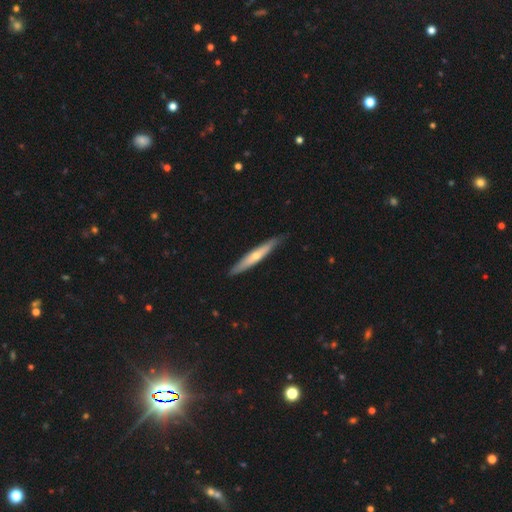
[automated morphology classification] A featured or disk galaxy (56%) viewed edge-on (90%) with a rounded central bulge (72%). Merging: none (88%).